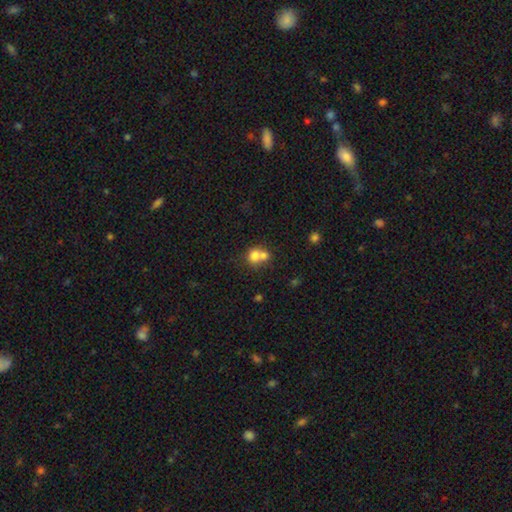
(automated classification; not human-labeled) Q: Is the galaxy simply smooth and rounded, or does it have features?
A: smooth — 74%.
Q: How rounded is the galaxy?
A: round — 77%.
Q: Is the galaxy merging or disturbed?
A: merger — 61%.